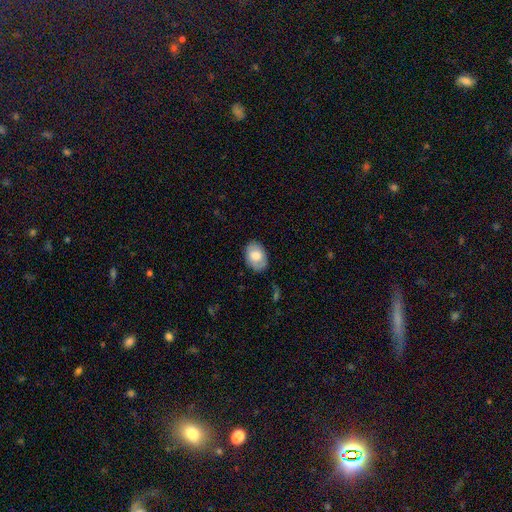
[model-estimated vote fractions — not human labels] This appears to be a smooth galaxy with no disk features (73%) that is in between round and cigar-shaped (83%). Merging: none (81%).